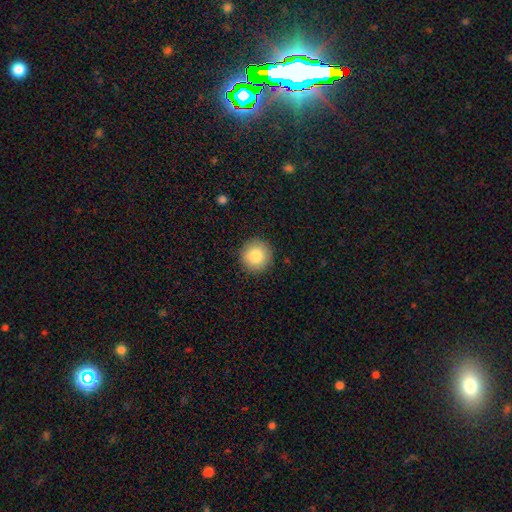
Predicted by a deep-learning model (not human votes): Smooth or featured: smooth — 85% (star or artifact — 8%)
How rounded: round — 95% (in between — 4%)
Merging: none — 91% (minor disturbance — 6%)